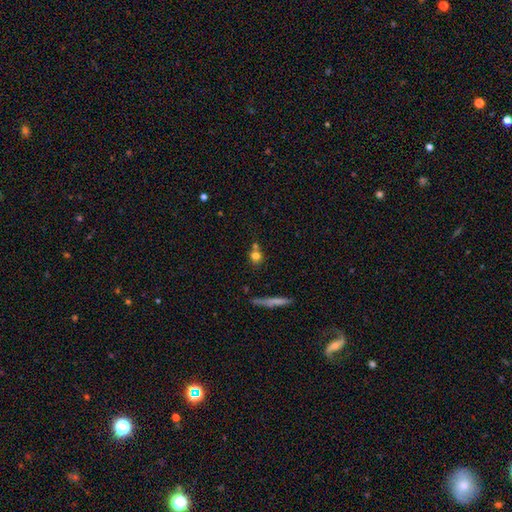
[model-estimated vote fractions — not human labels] A smooth galaxy with no disk features (73%) that is round (80%).

Vote fractions:
- Smooth or featured? smooth: 73% / featured or disk: 14% / star or artifact: 13%
- How rounded? round: 80% / in between: 13% / cigar-shaped: 7%
- Merging? none: 57% / merger: 29% / minor disturbance: 10% / major disturbance: 4%